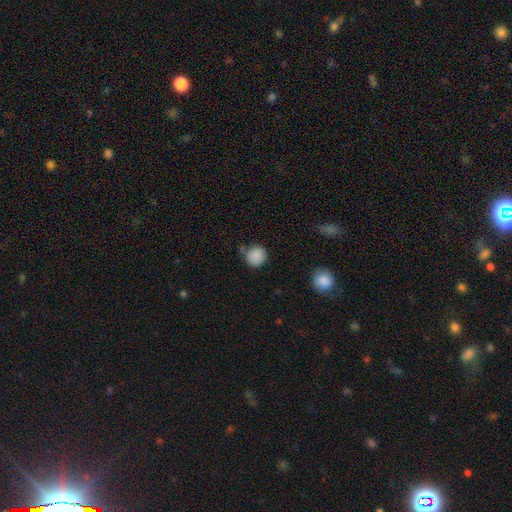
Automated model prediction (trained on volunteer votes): Morphology: type=smooth (87%); roundness=round (92%); merging=none (74%).